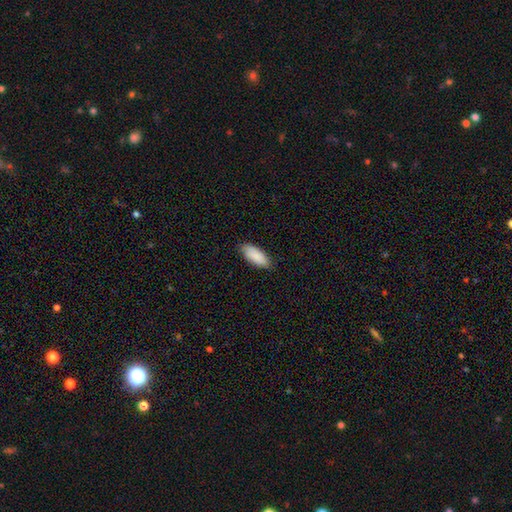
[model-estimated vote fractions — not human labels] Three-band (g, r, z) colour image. It shows a smooth galaxy with no disk features (89%) that is in between round and cigar-shaped (83%). Merging: none (83%).